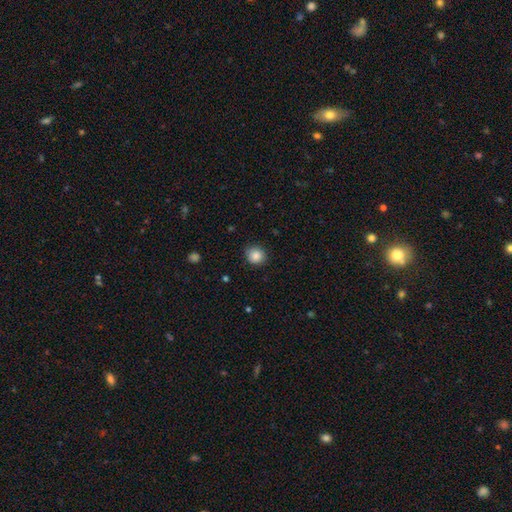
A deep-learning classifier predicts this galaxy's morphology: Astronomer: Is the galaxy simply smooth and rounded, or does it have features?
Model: smooth — 87%.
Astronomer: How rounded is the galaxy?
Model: round — 85%.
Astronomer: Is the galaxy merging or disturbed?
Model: none — 83%.